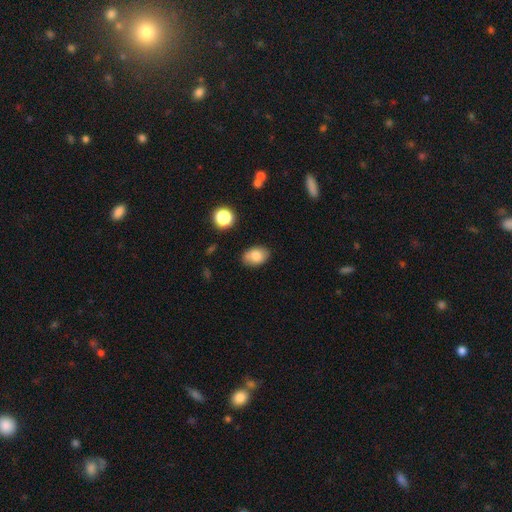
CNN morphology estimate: This is likely a smooth galaxy (79%). How rounded: clearly in between (84%). Merging: likely none (80%).